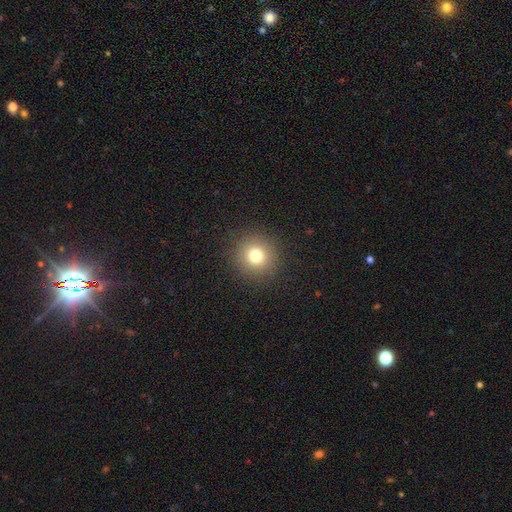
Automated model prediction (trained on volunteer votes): smooth_or_featured: smooth (p=0.78) [alt: star or artifact p=0.13]
how_rounded: round (p=0.94) [alt: in between p=0.06]
merging: none (p=0.91) [alt: minor disturbance p=0.06]